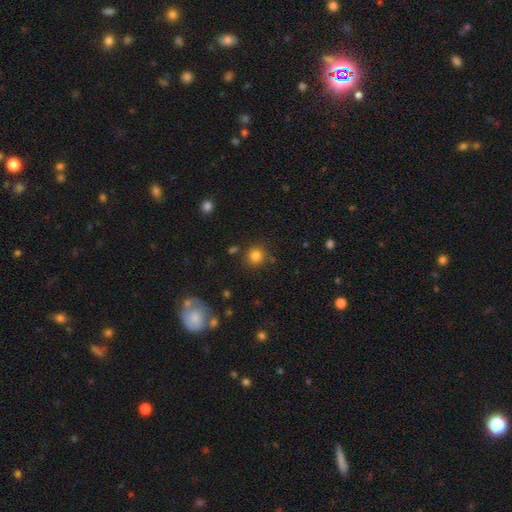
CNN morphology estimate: This is clearly a smooth galaxy (83%). How rounded: clearly round (91%). Merging: clearly none (83%).